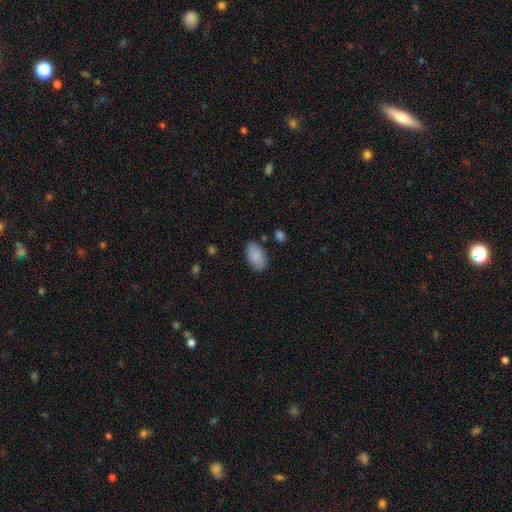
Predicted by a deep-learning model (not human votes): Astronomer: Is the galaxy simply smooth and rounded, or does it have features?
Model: smooth — 88%.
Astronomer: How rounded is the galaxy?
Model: in between — 94%.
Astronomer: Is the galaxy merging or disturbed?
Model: none — 80%.